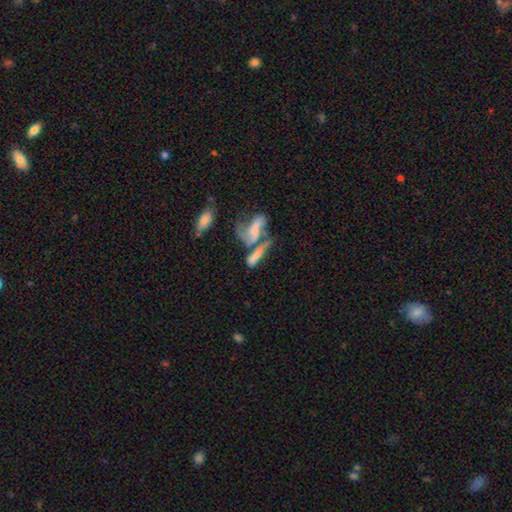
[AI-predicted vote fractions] smooth-or-featured: smooth: 49% | featured or disk: 39% | star or artifact: 12%
  merging: merger: 55% | none: 22% | major disturbance: 12% | minor disturbance: 10%